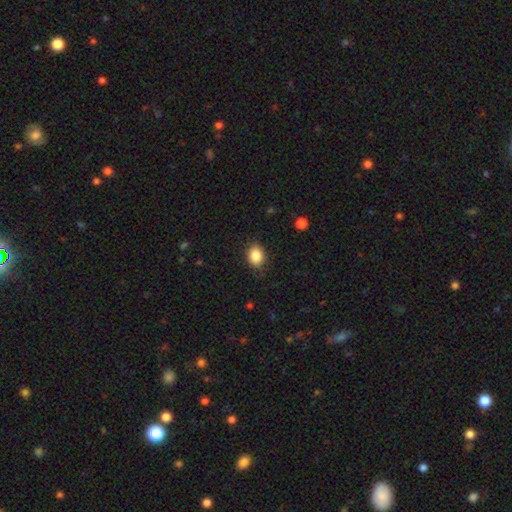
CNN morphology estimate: This appears to be a smooth galaxy with no disk features (86%) that is in between round and cigar-shaped (68%). Merging: none (84%).